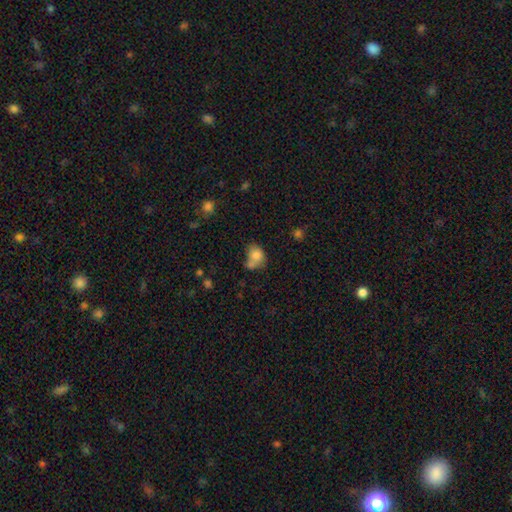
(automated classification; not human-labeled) A smooth galaxy with no disk features (77%) that is in between round and cigar-shaped (56%). Merging: merger (35%).